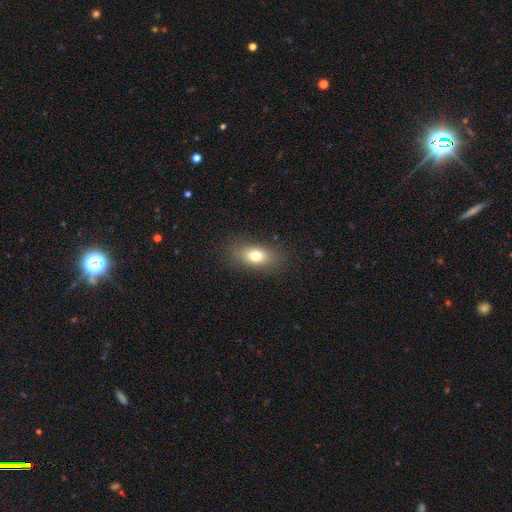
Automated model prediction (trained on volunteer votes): smooth_or_featured: smooth (p=0.76) [alt: featured or disk p=0.14]
how_rounded: in between (p=0.81) [alt: round p=0.11]
merging: none (p=0.84) [alt: minor disturbance p=0.11]